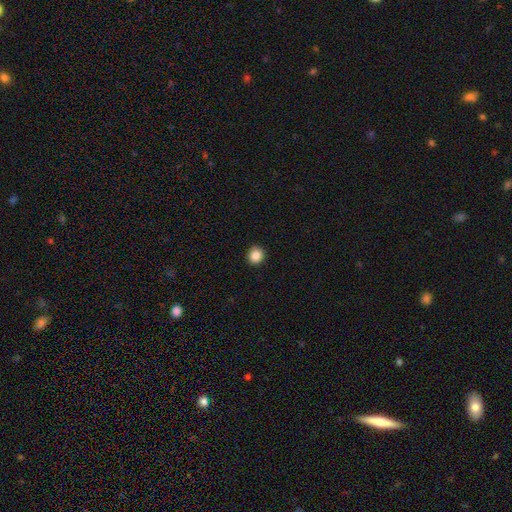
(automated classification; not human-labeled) Morphology: type=smooth (86%); roundness=round (92%); merging=none (93%).